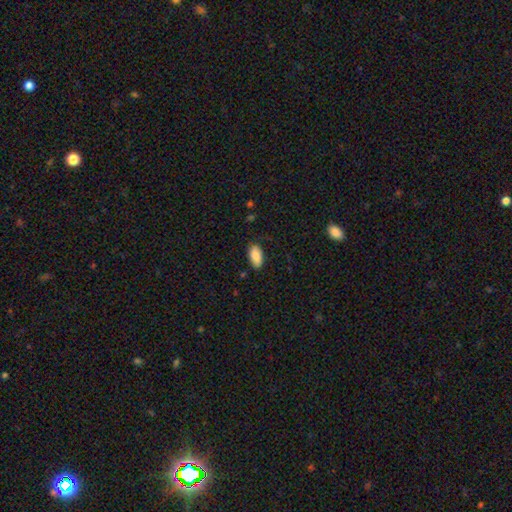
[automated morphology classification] smooth 87%, star or artifact 7%, featured or disk 6%. Down the decision tree: how rounded — in between (93%); merging — none (82%).